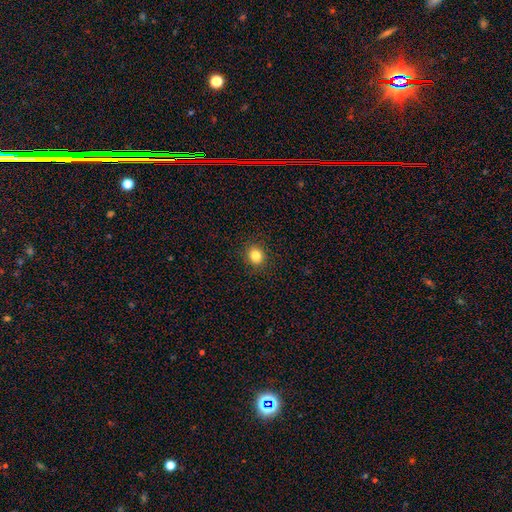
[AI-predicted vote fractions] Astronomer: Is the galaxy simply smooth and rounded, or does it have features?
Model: smooth — 83%.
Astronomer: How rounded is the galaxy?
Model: round — 79%.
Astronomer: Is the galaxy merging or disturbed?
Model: none — 90%.